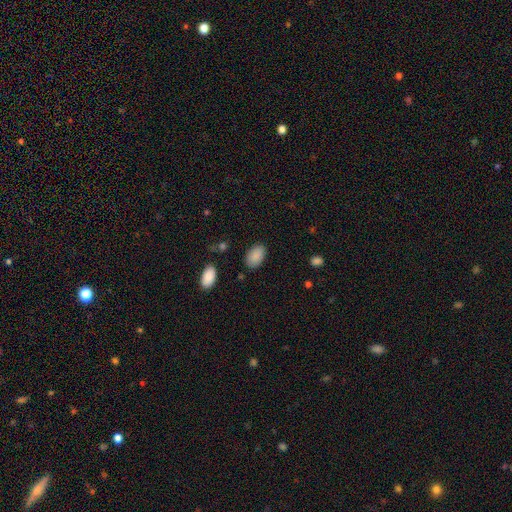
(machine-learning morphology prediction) smooth-or-featured: smooth: 89% | star or artifact: 7% | featured or disk: 4%
  how-rounded: in between: 93% | round: 6% | cigar-shaped: 1%
  merging: none: 85% | minor disturbance: 11% | major disturbance: 3% | merger: 2%